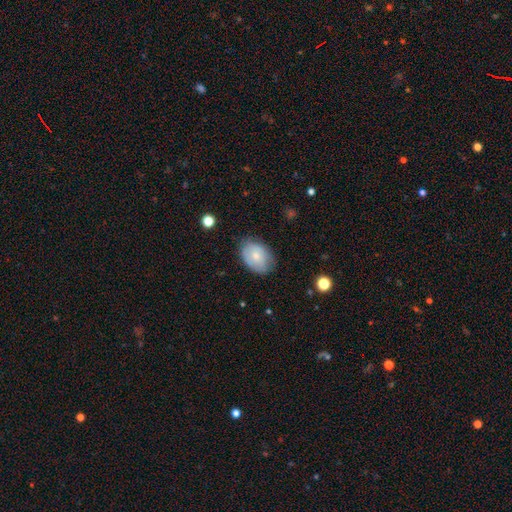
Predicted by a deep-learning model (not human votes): This is likely a smooth galaxy (71%). How rounded: clearly in between (81%). Merging: likely none (74%).